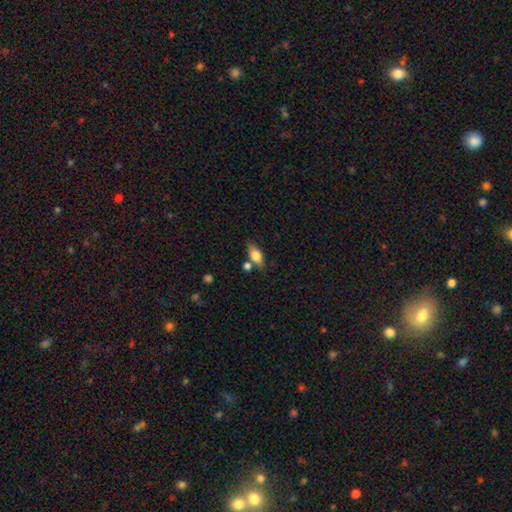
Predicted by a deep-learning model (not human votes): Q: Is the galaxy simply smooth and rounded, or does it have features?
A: smooth — 75%.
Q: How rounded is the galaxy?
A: in between — 83%.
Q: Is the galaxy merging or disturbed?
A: none — 68%.